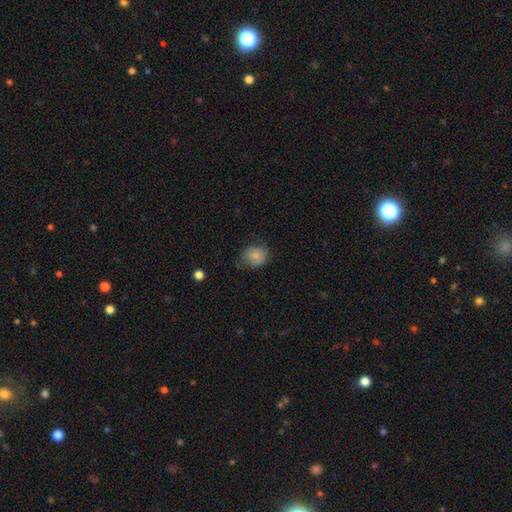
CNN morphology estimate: The model was most divided on "how rounded": round: 59%, in between: 40%, cigar-shaped: 1%. More confident: smooth or featured — smooth (78%); merging — none (58%).